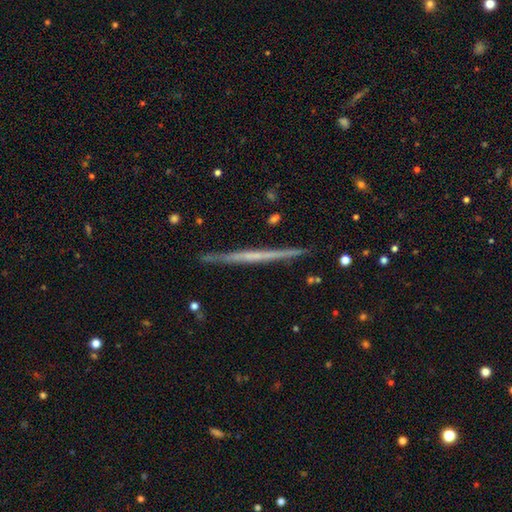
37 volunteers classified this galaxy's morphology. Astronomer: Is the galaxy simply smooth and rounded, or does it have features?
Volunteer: featured or disk — 81%.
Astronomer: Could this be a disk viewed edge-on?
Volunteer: yes — 100%.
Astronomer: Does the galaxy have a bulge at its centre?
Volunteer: none — 90%.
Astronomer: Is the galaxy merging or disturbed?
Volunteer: none — 89%.